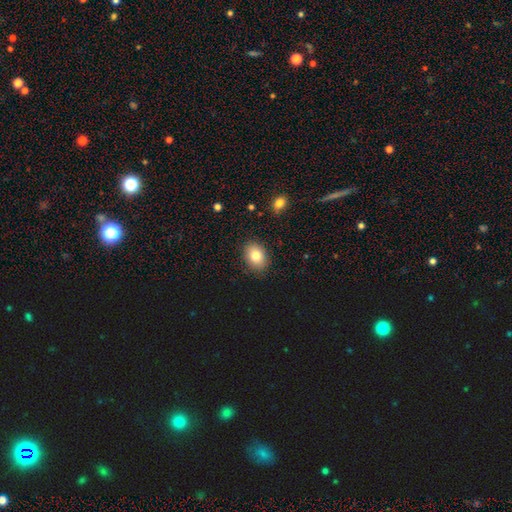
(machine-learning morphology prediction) This appears to be a smooth galaxy with no disk features (81%) that is in between round and cigar-shaped (70%). Merging: none (88%).